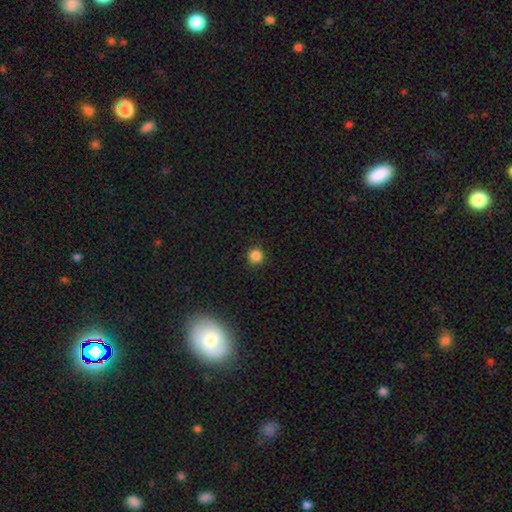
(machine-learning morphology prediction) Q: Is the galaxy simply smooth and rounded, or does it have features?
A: smooth — 85%.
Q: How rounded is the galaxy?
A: round — 95%.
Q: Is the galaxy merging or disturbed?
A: none — 92%.